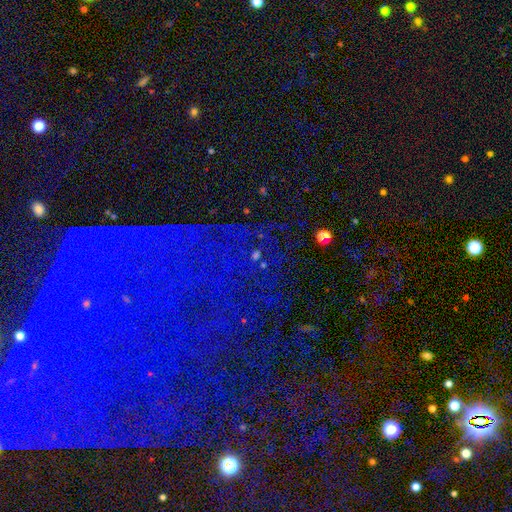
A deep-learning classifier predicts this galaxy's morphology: Smooth or featured: star or artifact — 77% (smooth — 13%)